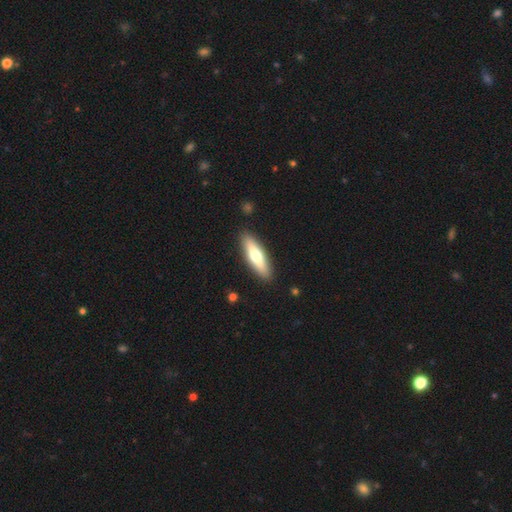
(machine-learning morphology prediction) Q: Smooth or featured?
A: smooth (58%); runner-up: featured or disk (37%)
Q: How rounded?
A: cigar-shaped (65%); runner-up: in between (33%)
Q: Merging?
A: none (89%); runner-up: minor disturbance (8%)